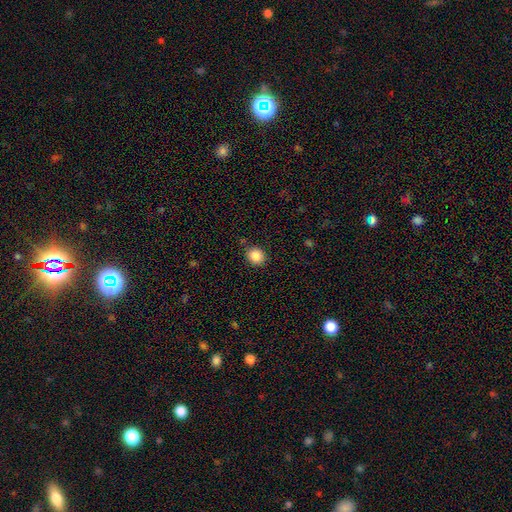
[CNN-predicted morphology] Smooth or featured? smooth (87%)
How rounded? round (75%)
Merging? none (86%)